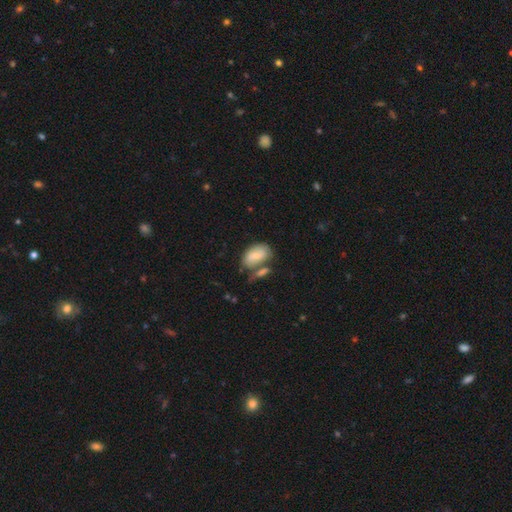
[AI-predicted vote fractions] Morphology: type=smooth (75%); roundness=in between (91%); merging=none (43%).